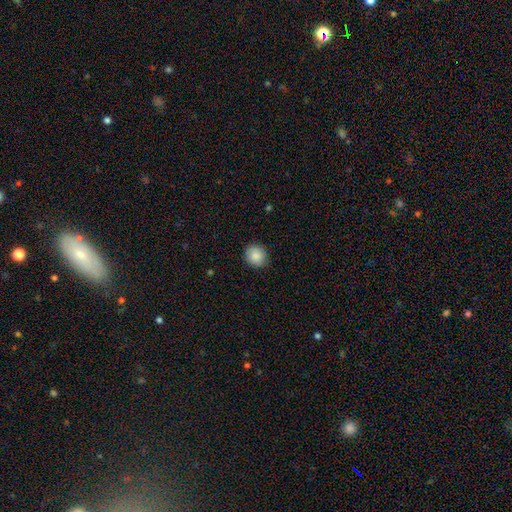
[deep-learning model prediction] smooth-or-featured: smooth: 88% | star or artifact: 8% | featured or disk: 4%
  how-rounded: round: 81% | in between: 18% | cigar-shaped: 1%
  merging: none: 87% | minor disturbance: 10% | major disturbance: 2% | merger: 1%